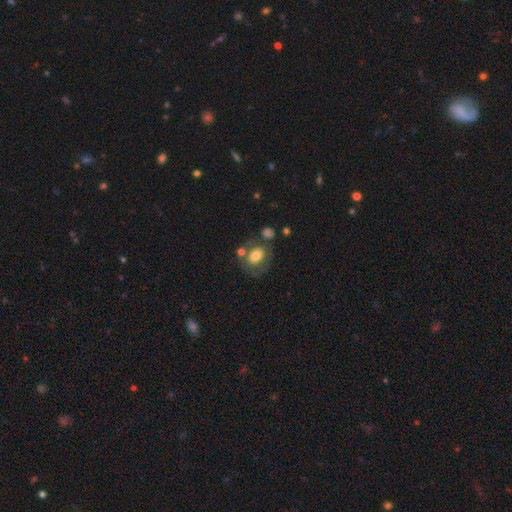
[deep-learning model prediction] Smooth or featured? smooth (63%)
How rounded? in between (57%)
Merging? none (56%)